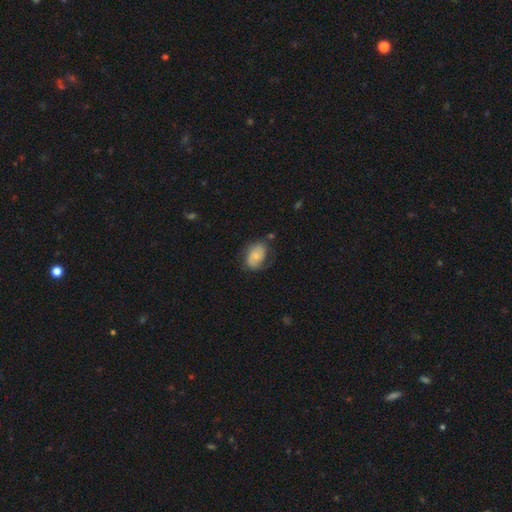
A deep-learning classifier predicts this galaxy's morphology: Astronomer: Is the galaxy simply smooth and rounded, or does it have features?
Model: smooth — 66%.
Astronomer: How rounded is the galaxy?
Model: in between — 82%.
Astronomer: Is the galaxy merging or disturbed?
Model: none — 62%.